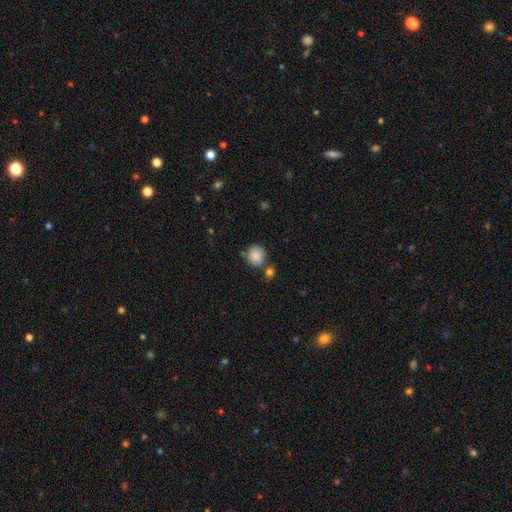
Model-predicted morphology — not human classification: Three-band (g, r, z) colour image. It shows a smooth galaxy with no disk features (87%) that is round (88%). Merging: none (70%).